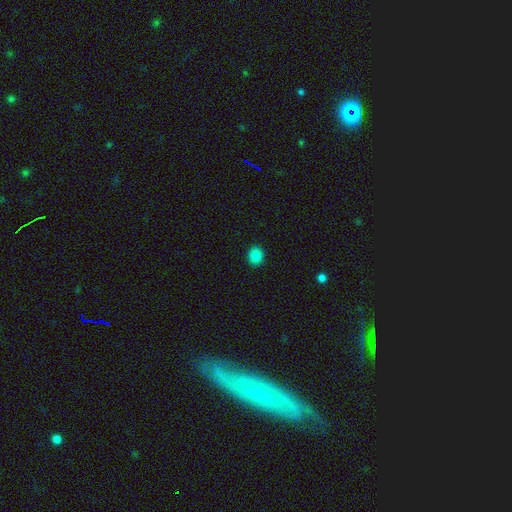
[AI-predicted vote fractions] A smooth galaxy with no disk features (86%) that is round (62%).

Vote fractions:
- Smooth or featured? smooth: 86% / star or artifact: 11% / featured or disk: 4%
- How rounded? round: 62% / in between: 37% / cigar-shaped: 1%
- Merging? none: 91% / minor disturbance: 6% / major disturbance: 2% / merger: 1%